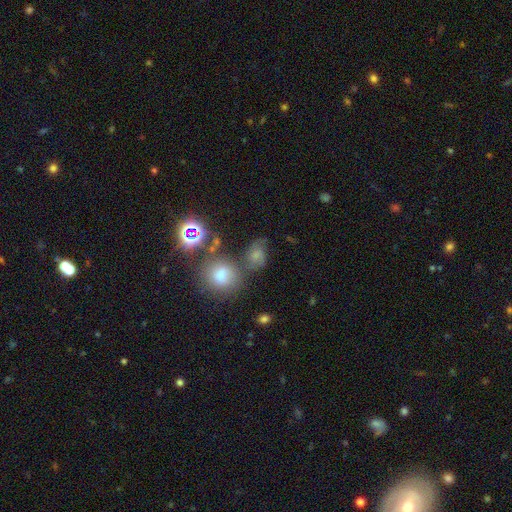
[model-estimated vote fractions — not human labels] Morphology: type=smooth (48%); merging=none (51%).